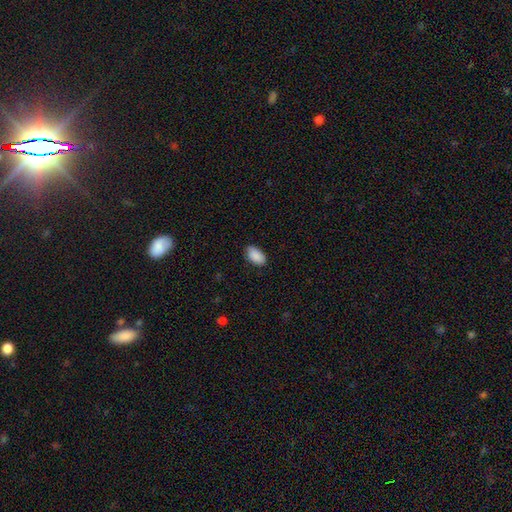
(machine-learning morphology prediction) Smooth or featured? Predicted: smooth (p=0.90). How rounded? Predicted: in between (p=0.95). Merging? Predicted: none (p=0.86).